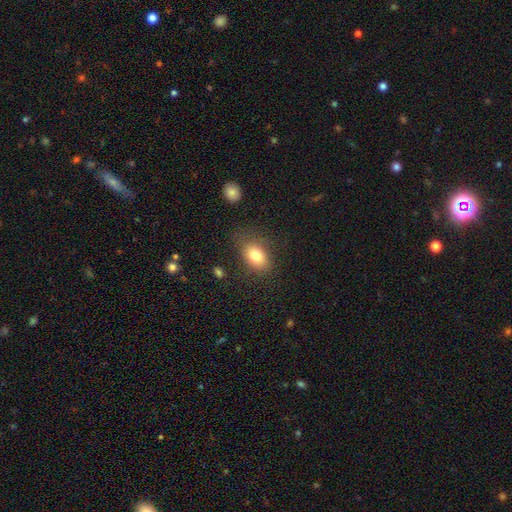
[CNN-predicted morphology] The model was most divided on "merging": none: 75%, minor disturbance: 16%, major disturbance: 7%, merger: 2%. More confident: how rounded — in between (82%); smooth or featured — smooth (80%).